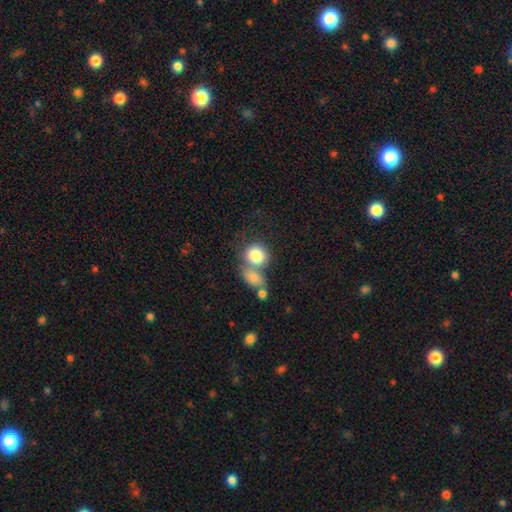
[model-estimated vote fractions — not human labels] smooth 81%, featured or disk 11%, star or artifact 8%. Down the decision tree: how rounded — round (73%); merging — merger (46%).